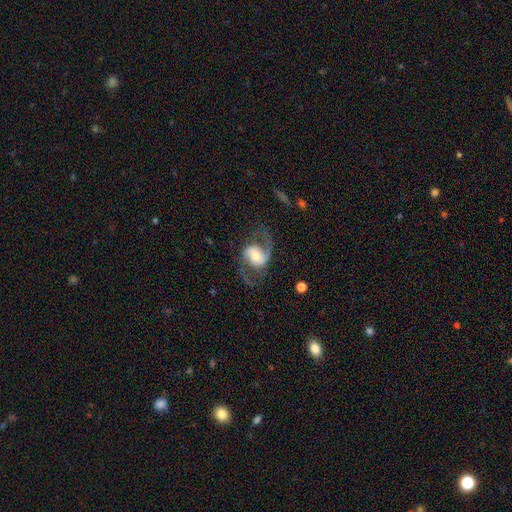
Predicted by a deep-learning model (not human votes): smooth-or-featured: featured or disk: 82% | smooth: 11% | star or artifact: 6%
  disk-edge-on: no: 97% | yes: 3%
    bar: no: 46% | weak: 37% | strong: 16%
    has-spiral-arms: yes: 94% | no: 6%
      spiral-winding: loose: 49% | medium: 42% | tight: 9%
      spiral-arm-count: 2: 87% | 1: 7% | can't tell: 3% | 3: 1% | 4: 1% | more than 4: 1%
    bulge-size: moderate: 60% | small: 24% | large: 13% | dominant: 2% | none: 2%
  merging: none: 64% | major disturbance: 18% | minor disturbance: 16% | merger: 2%